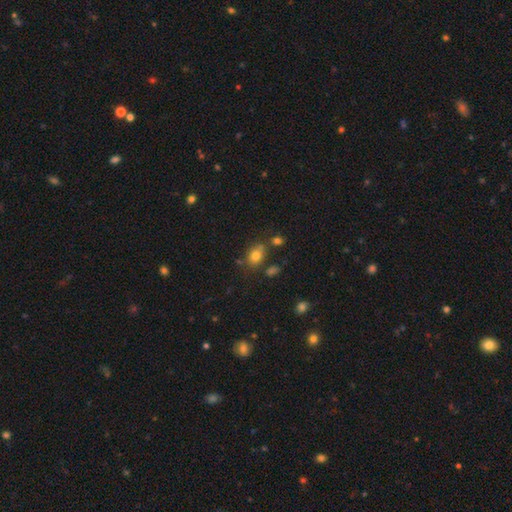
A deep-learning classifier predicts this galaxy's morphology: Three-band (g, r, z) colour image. It shows a smooth galaxy with no disk features (78%) that is in between round and cigar-shaped (69%). Merging: none (63%).